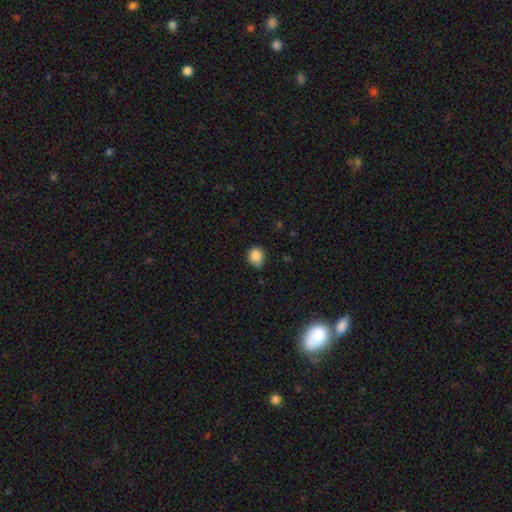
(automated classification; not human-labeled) smooth 87%, star or artifact 10%, featured or disk 4%. Down the decision tree: how rounded — round (72%); merging — none (66%).